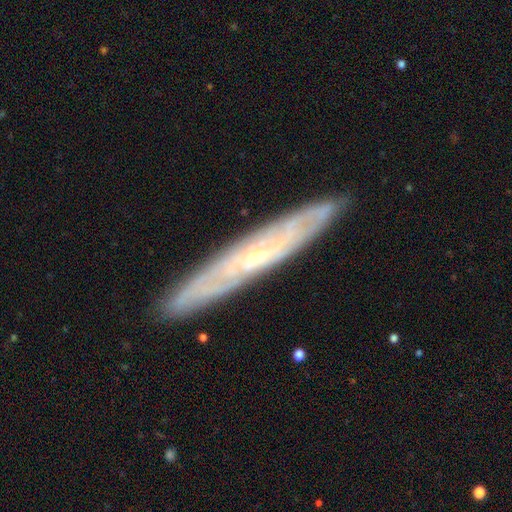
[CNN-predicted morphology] smooth_or_featured: featured or disk (p=0.75) [alt: smooth p=0.19]
disk_edge_on: yes (p=0.64) [alt: no p=0.36]
merging: none (p=0.88) [alt: minor disturbance p=0.09]